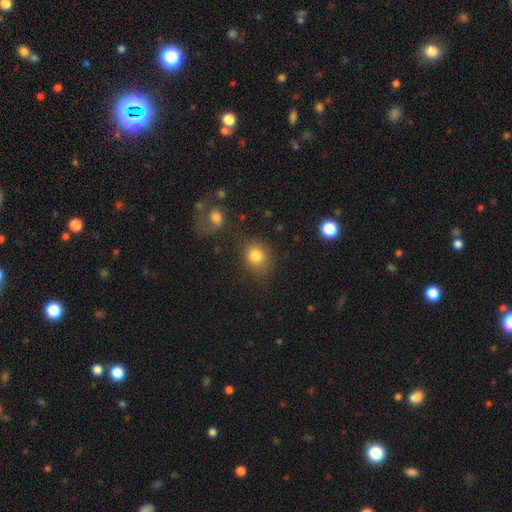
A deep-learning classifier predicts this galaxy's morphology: smooth-or-featured: smooth: 82% | star or artifact: 11% | featured or disk: 7%
  how-rounded: round: 63% | in between: 36% | cigar-shaped: 1%
  merging: none: 73% | minor disturbance: 14% | merger: 7% | major disturbance: 6%